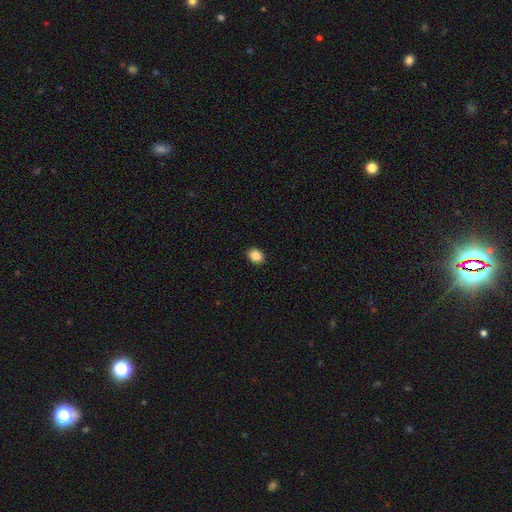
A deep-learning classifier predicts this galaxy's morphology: The model was most divided on "how rounded": in between: 56%, round: 43%, cigar-shaped: 1%. More confident: merging — none (91%); smooth or featured — smooth (88%).